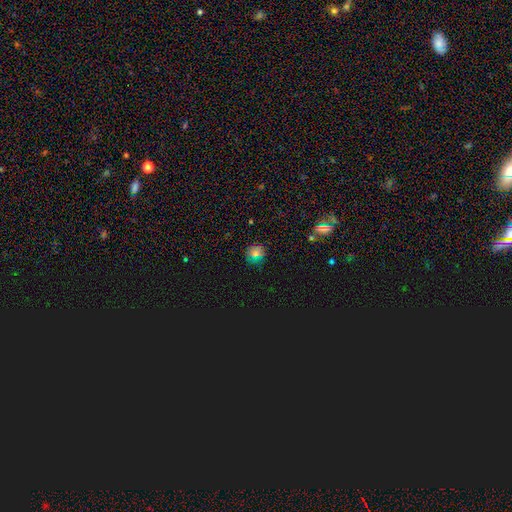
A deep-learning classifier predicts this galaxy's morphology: A smooth galaxy with no disk features (61%) that is round (86%).

Vote fractions:
- Smooth or featured? smooth: 61% / star or artifact: 30% / featured or disk: 9%
- How rounded? round: 86% / in between: 12% / cigar-shaped: 1%
- Merging? none: 84% / minor disturbance: 11% / major disturbance: 3% / merger: 2%